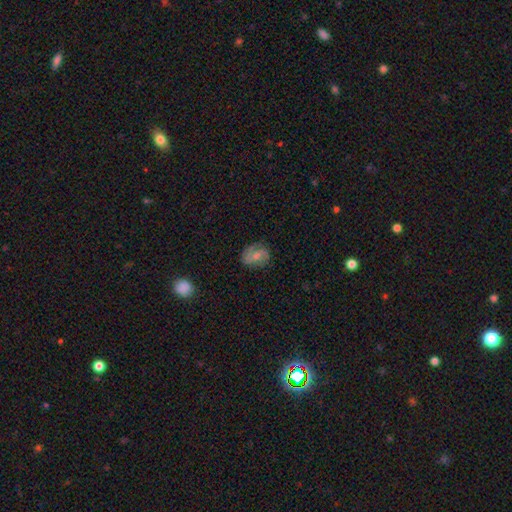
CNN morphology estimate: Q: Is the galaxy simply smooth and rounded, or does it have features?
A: featured or disk — 56%.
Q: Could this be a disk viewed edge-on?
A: no — 97%.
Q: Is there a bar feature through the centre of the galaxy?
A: weak — 47%.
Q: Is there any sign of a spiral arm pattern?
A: yes — 87%.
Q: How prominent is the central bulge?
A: moderate — 40%.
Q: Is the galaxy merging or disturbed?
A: none — 67%.